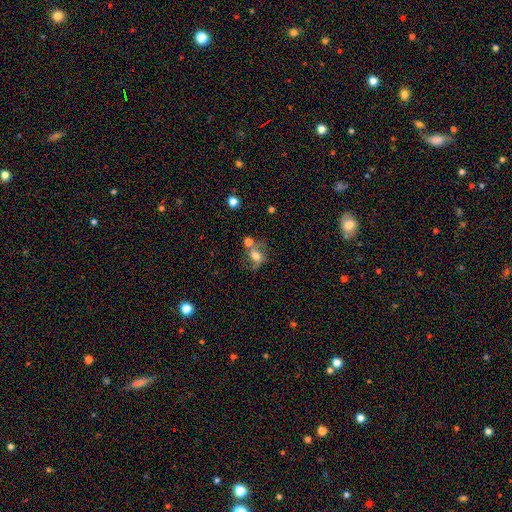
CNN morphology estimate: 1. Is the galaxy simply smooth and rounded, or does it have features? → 46% smooth, 41% featured or disk, 12% star or artifact.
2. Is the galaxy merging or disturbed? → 45% none, 24% merger, 19% minor disturbance, 12% major disturbance.